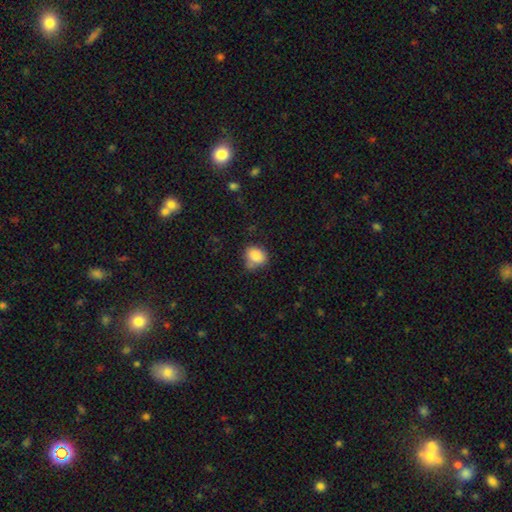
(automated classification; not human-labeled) Morphology: type=smooth (85%); roundness=in between (50%); merging=none (59%).